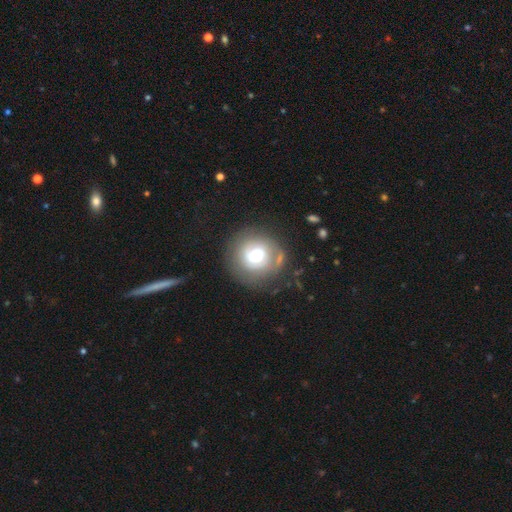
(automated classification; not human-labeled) featured or disk 49%, smooth 43%, star or artifact 8%. Down the decision tree: merging — none (69%).